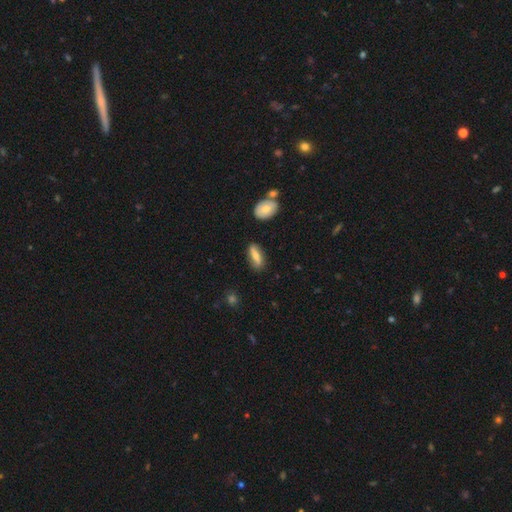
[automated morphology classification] type=smooth (61%); roundness=in between (56%); merging=none (81%).